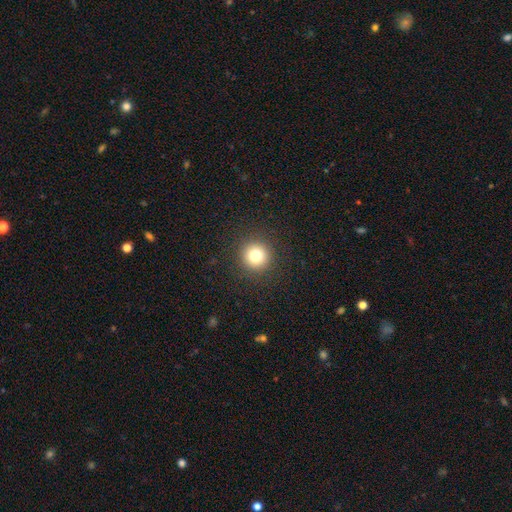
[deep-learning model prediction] A smooth galaxy with no disk features (79%) that is round (96%). Merging: none (92%).